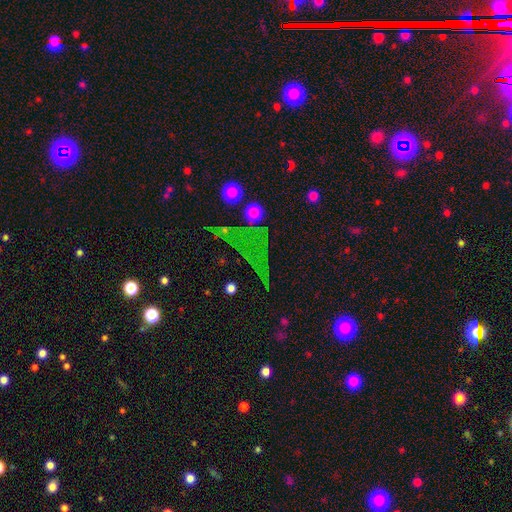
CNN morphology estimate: This is likely a star or artifact rather than a galaxy (63%).